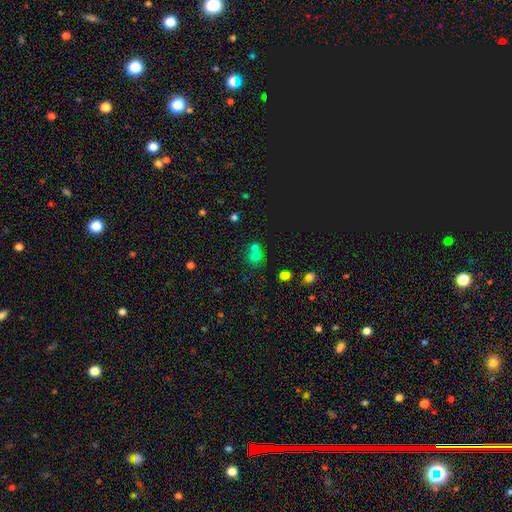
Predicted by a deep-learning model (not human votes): The model was most divided on "merging": merger: 50%, none: 39%, minor disturbance: 7%, major disturbance: 4%. More confident: how rounded — round (71%); smooth or featured — smooth (62%).